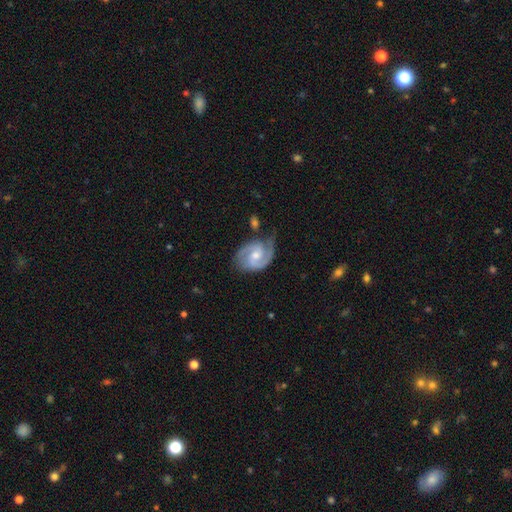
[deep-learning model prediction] Smooth or featured: featured or disk — 88% (smooth — 8%)
Edge-on disk: no — 98% (yes — 2%)
Bar: weak — 49% (no — 40%)
Spiral arms: yes — 97% (no — 3%)
Spiral winding: medium — 51% (tight — 37%)
Spiral arm count: 2 — 87% (can't tell — 4%)
Bulge size: moderate — 57% (small — 36%)
Merging: none — 63% (minor disturbance — 23%)